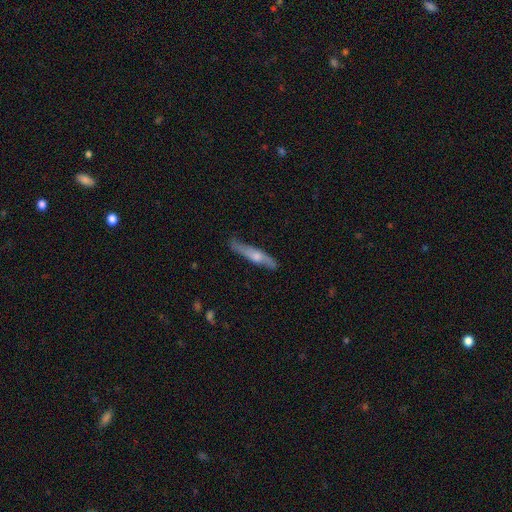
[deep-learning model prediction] Smooth or featured? featured or disk (61%)
Edge-on disk? yes (82%)
Merging? none (79%)